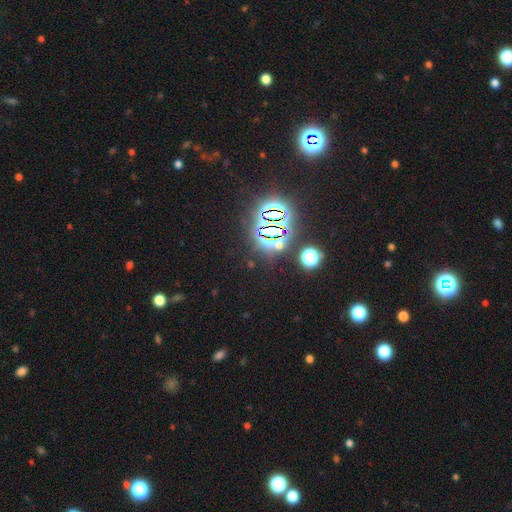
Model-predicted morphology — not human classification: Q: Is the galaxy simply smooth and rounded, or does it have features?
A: star or artifact — 82%.